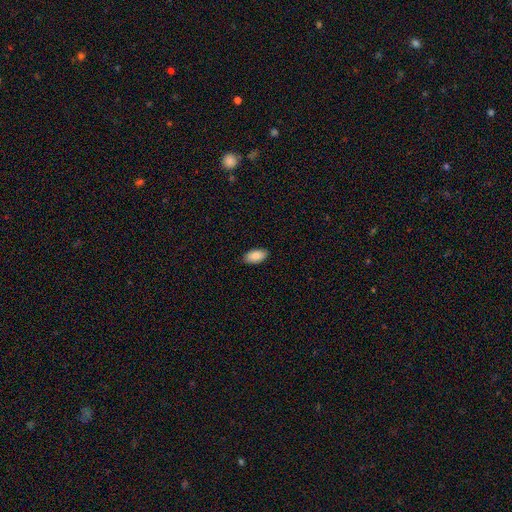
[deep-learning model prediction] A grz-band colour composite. It shows a smooth galaxy with no disk features (89%) that is in between round and cigar-shaped (94%). Merging: none (89%).